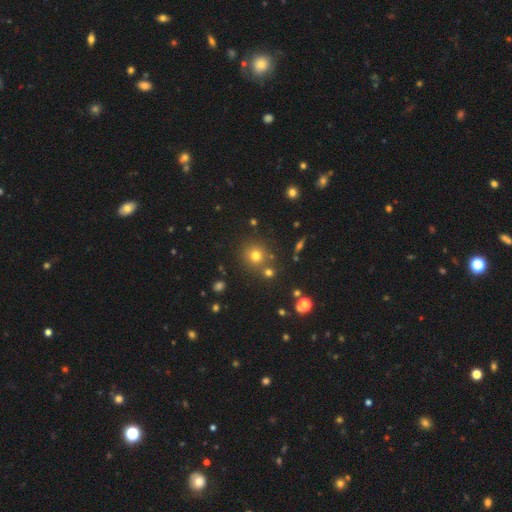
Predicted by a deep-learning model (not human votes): smooth 72%, star or artifact 19%, featured or disk 9%. Down the decision tree: how rounded — round (91%); merging — none (78%).